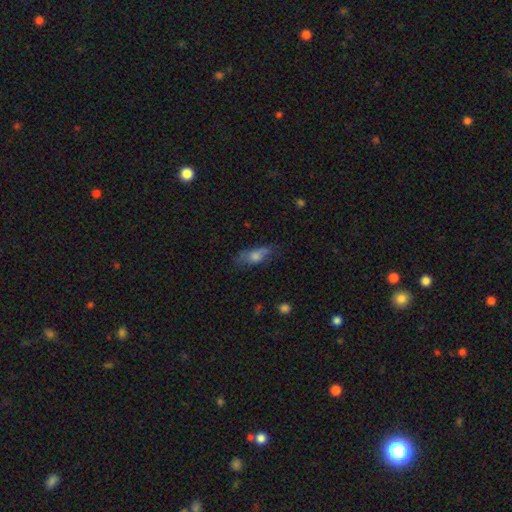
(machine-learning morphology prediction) Overall: smooth (63%; featured or disk 28%). How rounded: in between (64%; cigar-shaped 32%). Merging: none (62%; minor disturbance 25%).